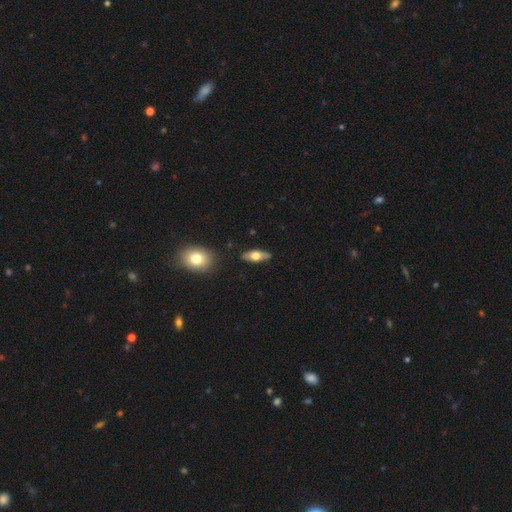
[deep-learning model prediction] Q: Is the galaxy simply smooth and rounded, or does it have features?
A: smooth — 54%.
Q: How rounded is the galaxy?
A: in between — 70%.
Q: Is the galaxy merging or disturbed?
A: none — 84%.